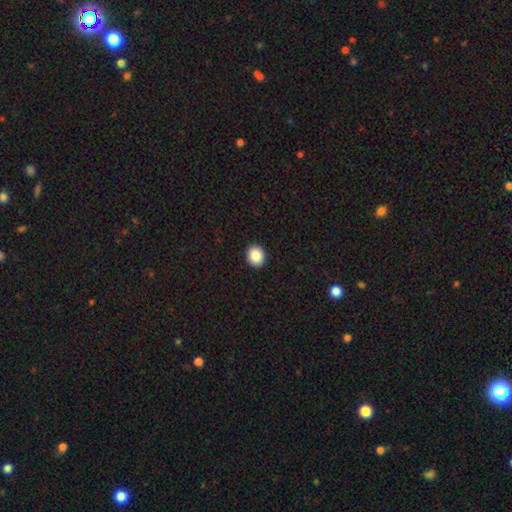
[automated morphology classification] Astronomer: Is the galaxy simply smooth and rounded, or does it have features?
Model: smooth — 87%.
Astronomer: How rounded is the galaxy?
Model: round — 77%.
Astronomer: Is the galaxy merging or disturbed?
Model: none — 93%.